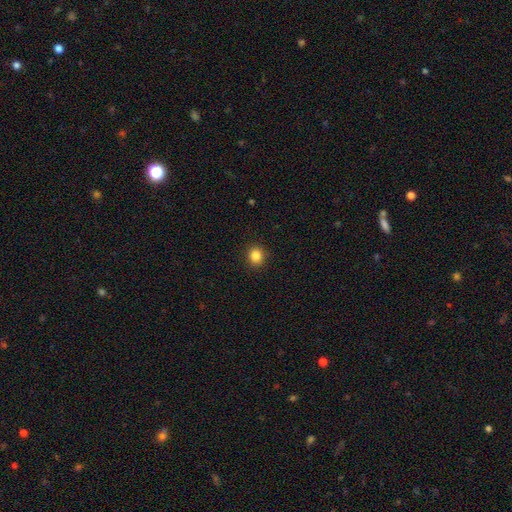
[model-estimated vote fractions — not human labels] Smooth or featured?
  - smooth: 85% *
  - star or artifact: 11%
  - featured or disk: 4%
How rounded?
  - round: 83% *
  - in between: 17%
  - cigar-shaped: 1%
Merging?
  - none: 91% *
  - minor disturbance: 6%
  - major disturbance: 2%
  - merger: 1%